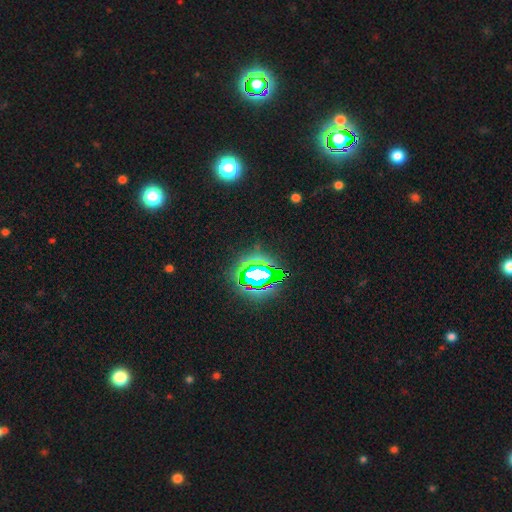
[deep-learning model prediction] This appears to be a star or artifact, not a galaxy (79%).